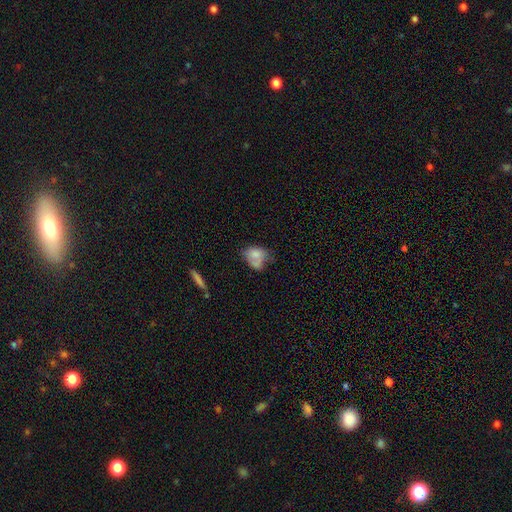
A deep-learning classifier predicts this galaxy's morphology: smooth-or-featured: smooth: 71% | featured or disk: 20% | star or artifact: 9%
  how-rounded: in between: 71% | round: 27% | cigar-shaped: 2%
  merging: none: 29% | minor disturbance: 28% | merger: 24% | major disturbance: 20%